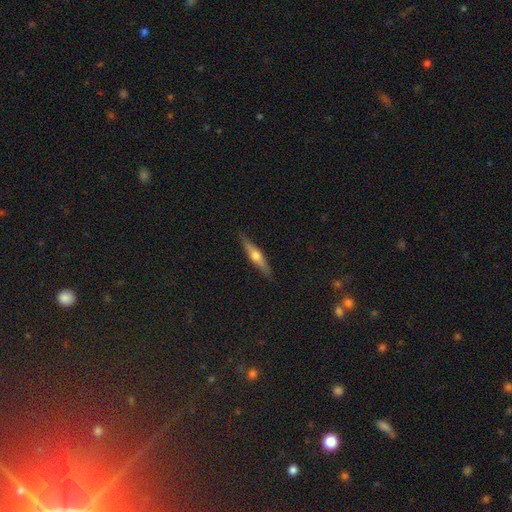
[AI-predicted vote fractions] Smooth or featured? Predicted: featured or disk (p=0.64). Edge-on disk? Predicted: yes (p=0.96). Edge-on bulge? Predicted: rounded (p=0.94). Merging? Predicted: none (p=0.89).